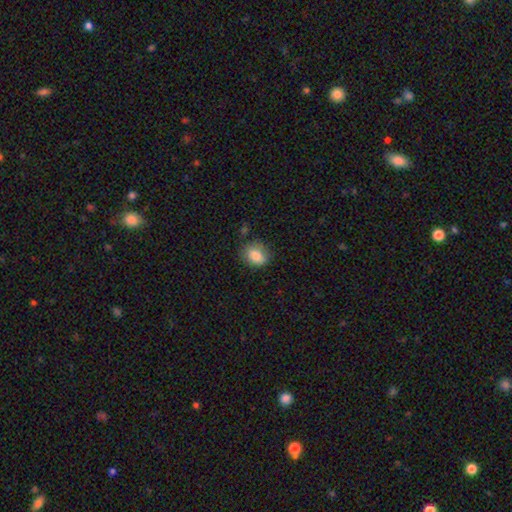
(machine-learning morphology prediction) smooth-or-featured: smooth: 82% | featured or disk: 10% | star or artifact: 8%
  how-rounded: in between: 61% | round: 37% | cigar-shaped: 2%
  merging: none: 73% | minor disturbance: 20% | major disturbance: 5% | merger: 3%